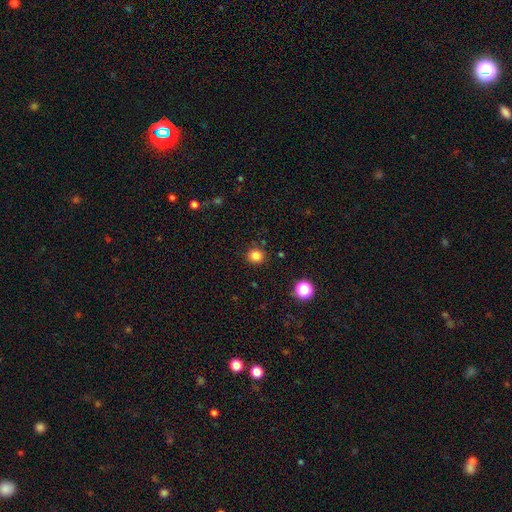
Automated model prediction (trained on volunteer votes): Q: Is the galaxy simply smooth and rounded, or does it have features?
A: smooth — 83%.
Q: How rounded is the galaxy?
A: round — 87%.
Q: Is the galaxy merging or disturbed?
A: none — 88%.